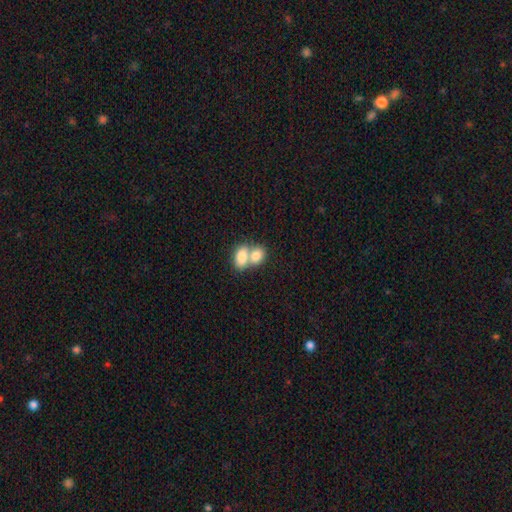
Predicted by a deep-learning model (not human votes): smooth_or_featured: smooth (p=0.80) [alt: featured or disk p=0.12]
how_rounded: in between (p=0.76) [alt: round p=0.23]
merging: merger (p=0.71) [alt: none p=0.21]